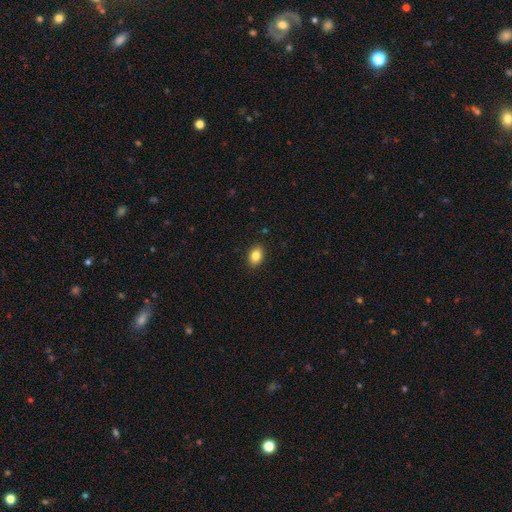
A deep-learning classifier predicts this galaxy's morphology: type=smooth (84%); roundness=in between (75%); merging=none (90%).